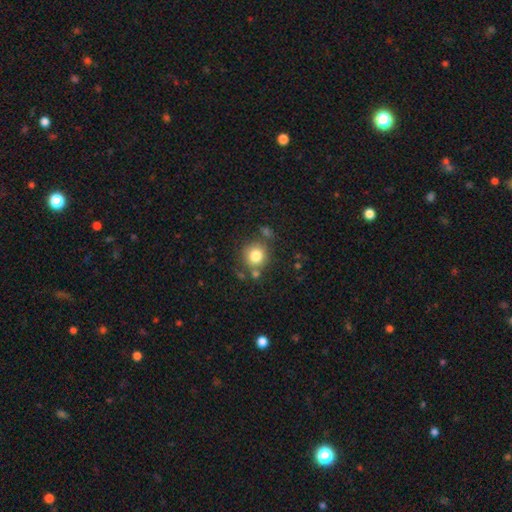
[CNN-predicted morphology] Smooth or featured?
  - smooth: 80% *
  - star or artifact: 11%
  - featured or disk: 9%
How rounded?
  - round: 90% *
  - in between: 9%
  - cigar-shaped: 1%
Merging?
  - none: 73% *
  - minor disturbance: 12%
  - merger: 11%
  - major disturbance: 4%